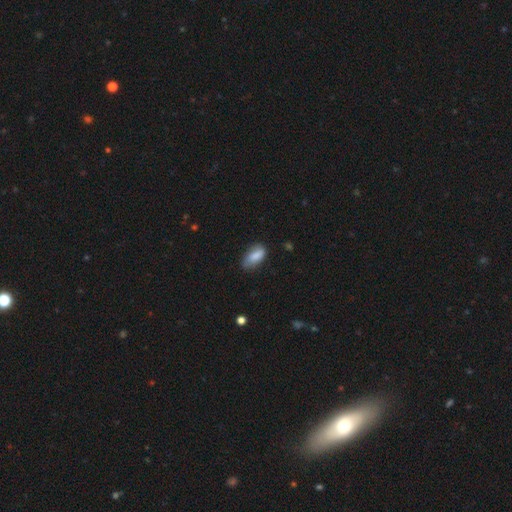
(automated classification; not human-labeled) Smooth or featured? Predicted: smooth (p=0.82). How rounded? Predicted: in between (p=0.90). Merging? Predicted: none (p=0.62).